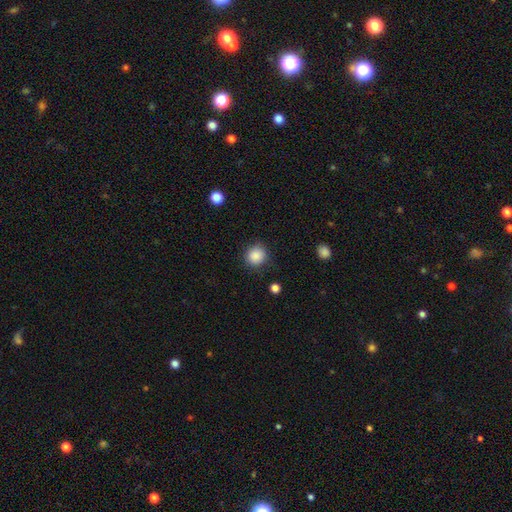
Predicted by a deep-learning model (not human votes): Overall: smooth (88%). How rounded: round (89%). Merging: none (86%).